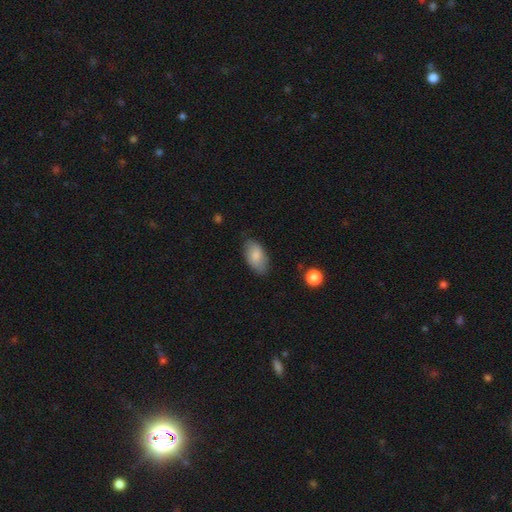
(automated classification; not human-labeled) This appears to be a smooth galaxy with no disk features (81%) that is in between round and cigar-shaped (94%). Merging: none (78%).